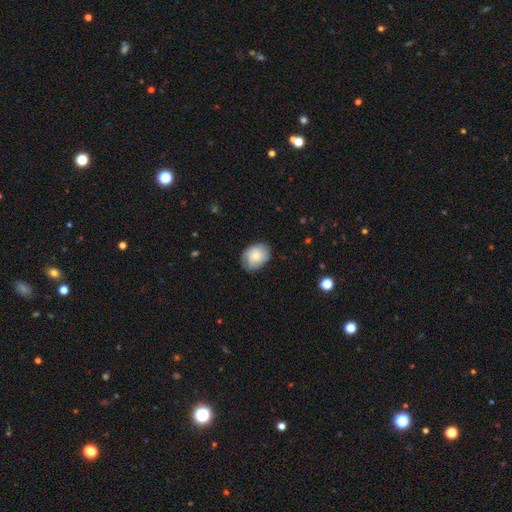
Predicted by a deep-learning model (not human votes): Morphology: type=smooth (66%); roundness=in between (58%); merging=none (74%).